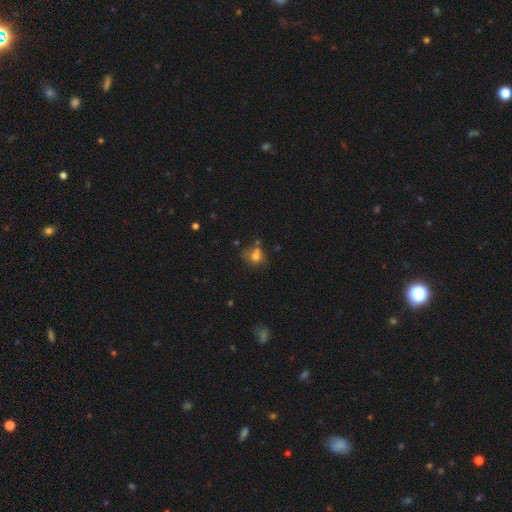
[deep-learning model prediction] smooth-or-featured: smooth: 73% | star or artifact: 14% | featured or disk: 12%
  how-rounded: round: 71% | in between: 28% | cigar-shaped: 1%
  merging: none: 54% | minor disturbance: 21% | merger: 18% | major disturbance: 8%